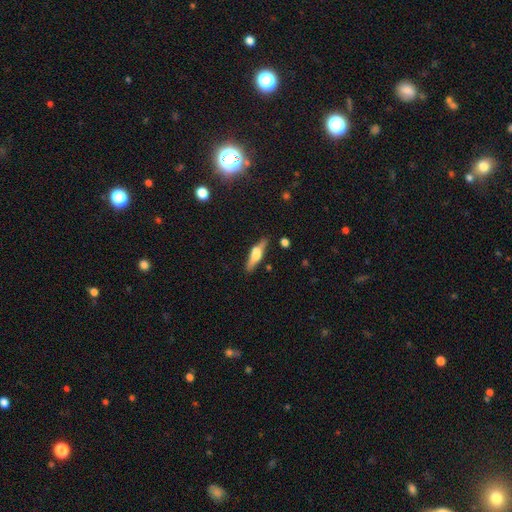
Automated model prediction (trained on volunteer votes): Smooth or featured? Predicted: featured or disk (p=0.50). Edge-on disk? Predicted: yes (p=0.92). Merging? Predicted: none (p=0.78).